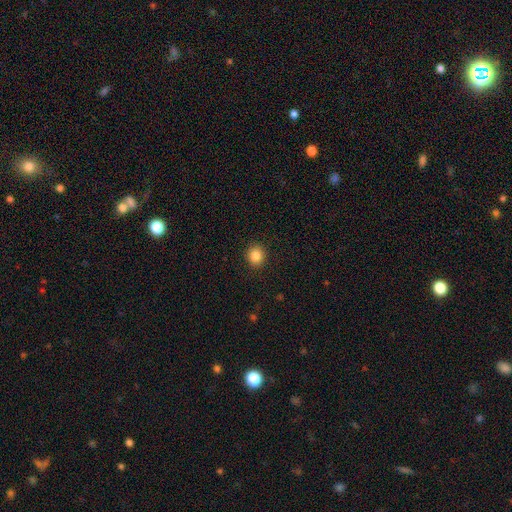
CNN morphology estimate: smooth-or-featured: smooth: 85% | star or artifact: 10% | featured or disk: 4%
  how-rounded: round: 87% | in between: 12% | cigar-shaped: 1%
  merging: none: 92% | minor disturbance: 6% | major disturbance: 2% | merger: 1%